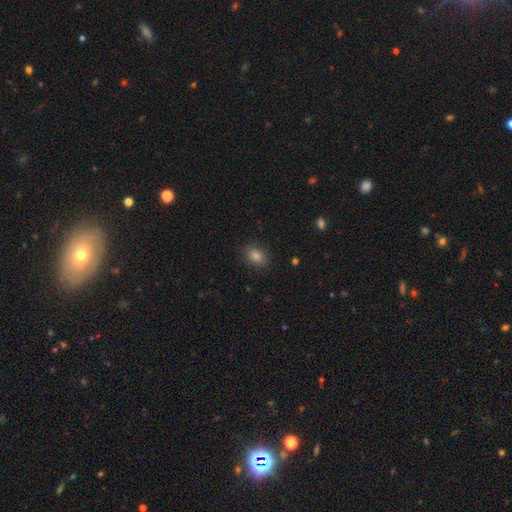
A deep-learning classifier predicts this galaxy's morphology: The model was most divided on "how rounded": in between: 70%, round: 28%, cigar-shaped: 1%. More confident: merging — none (88%); smooth or featured — smooth (82%).